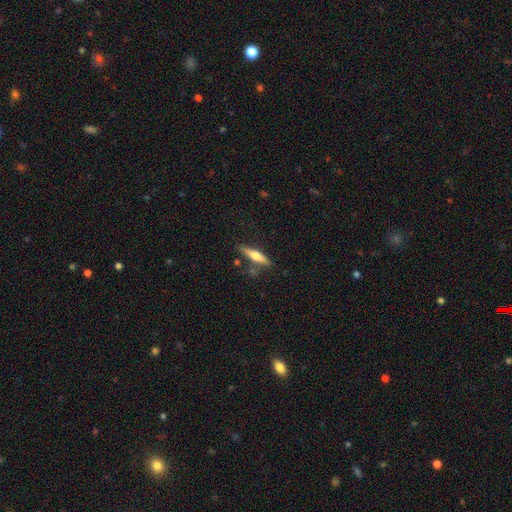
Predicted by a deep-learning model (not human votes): smooth_or_featured: smooth (p=0.50) [alt: featured or disk p=0.44]
how_rounded: cigar-shaped (p=0.81) [alt: in between p=0.17]
merging: none (p=0.78) [alt: minor disturbance p=0.13]